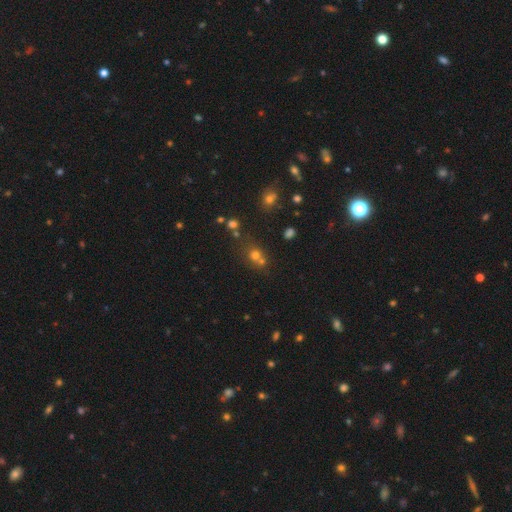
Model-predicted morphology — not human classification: smooth 59%, star or artifact 28%, featured or disk 12%. Down the decision tree: how rounded — round (79%); merging — none (52%).